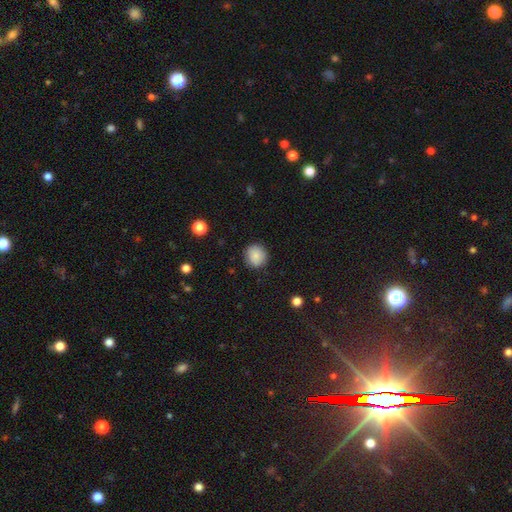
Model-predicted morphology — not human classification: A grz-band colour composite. It shows a smooth galaxy with no disk features (86%) that is round (90%). Merging: none (88%).